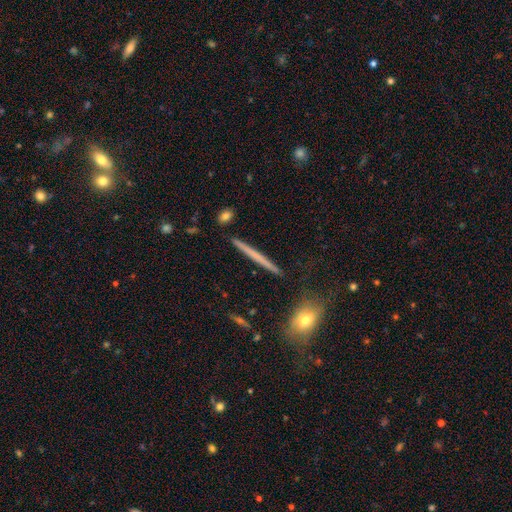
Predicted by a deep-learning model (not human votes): The model was most divided on "smooth or featured": featured or disk: 48%, smooth: 45%, star or artifact: 7%. More confident: merging — none (90%).